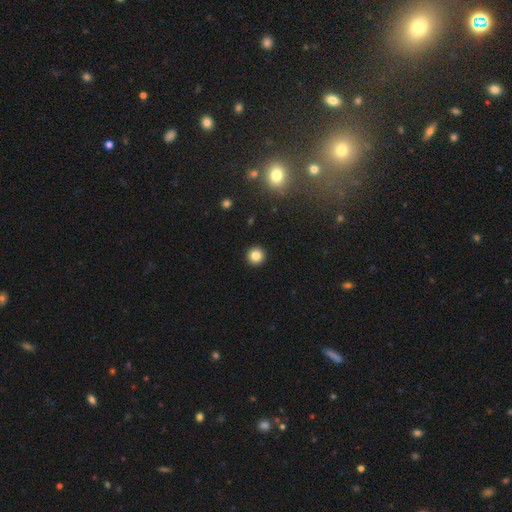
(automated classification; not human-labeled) smooth_or_featured: smooth (p=0.83) [alt: star or artifact p=0.12]
how_rounded: round (p=0.95) [alt: in between p=0.04]
merging: none (p=0.93) [alt: minor disturbance p=0.04]